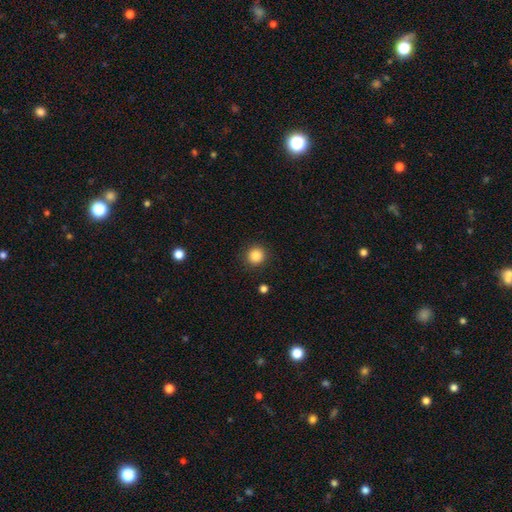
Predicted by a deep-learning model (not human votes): Smooth or featured? smooth (86%)
How rounded? round (93%)
Merging? none (90%)